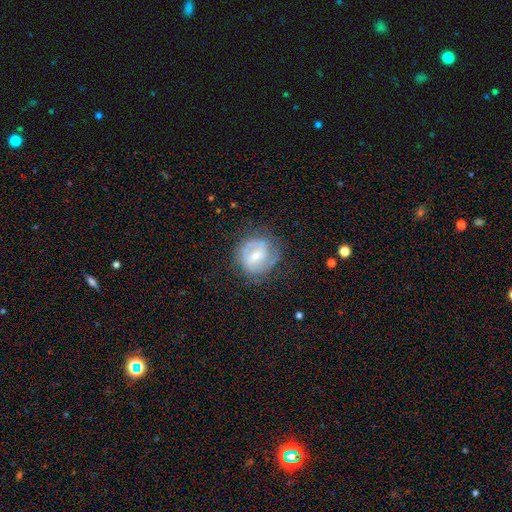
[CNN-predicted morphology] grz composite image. It shows a featured or disk galaxy (69%) with a weak bar (55%), 2 (58%) tight (45%) spiral arms (82%) and a moderate central bulge (51%). Merging: none (68%).